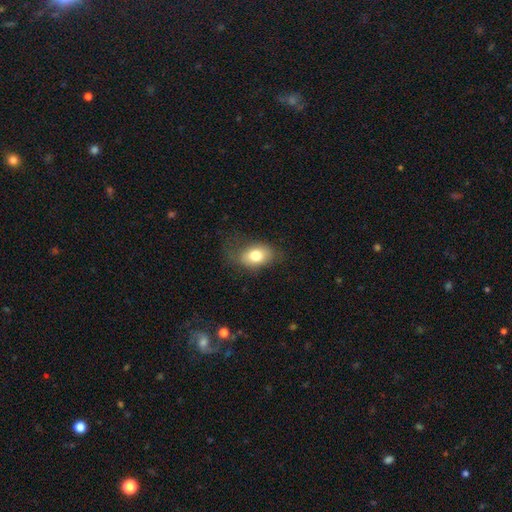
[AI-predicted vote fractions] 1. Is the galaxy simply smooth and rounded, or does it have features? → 75% smooth, 16% featured or disk, 9% star or artifact.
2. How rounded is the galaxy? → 79% in between, 19% round, 1% cigar-shaped.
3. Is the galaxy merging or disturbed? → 62% none, 24% minor disturbance, 12% major disturbance, 1% merger.